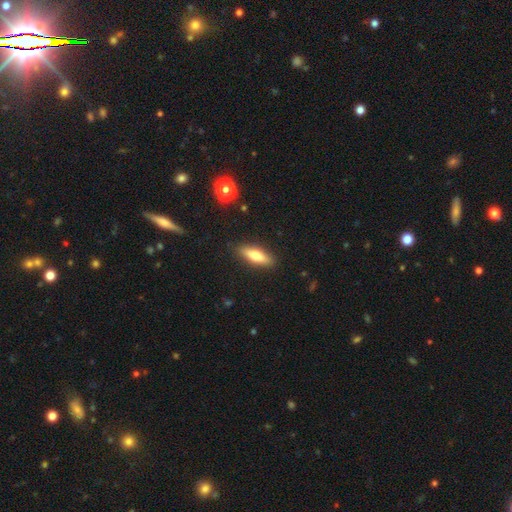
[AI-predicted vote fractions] smooth_or_featured: smooth (p=0.71) [alt: featured or disk p=0.23]
how_rounded: cigar-shaped (p=0.51) [alt: in between p=0.47]
merging: none (p=0.88) [alt: minor disturbance p=0.09]